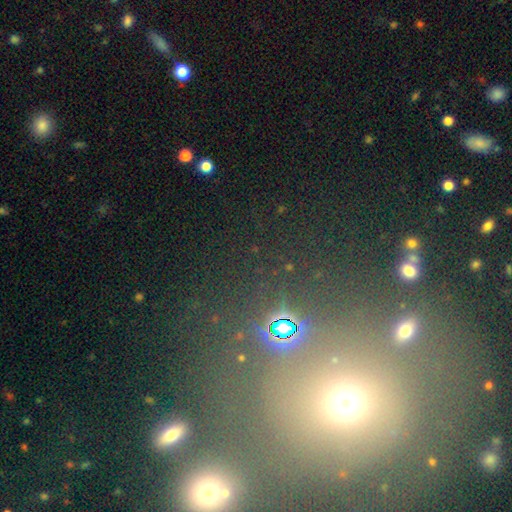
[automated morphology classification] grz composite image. It shows a star or artifact, not a galaxy (59%).